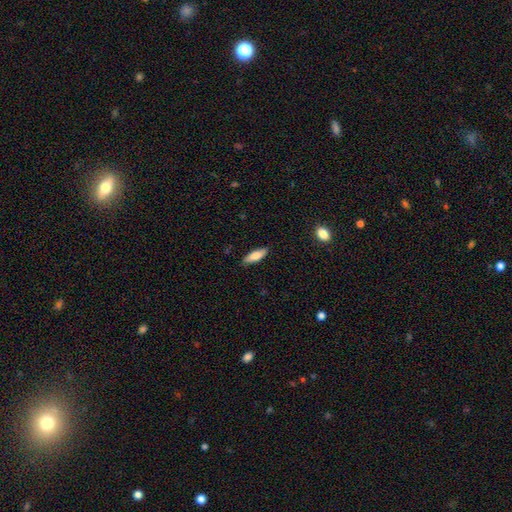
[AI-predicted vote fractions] This is likely a smooth galaxy (78%). How rounded: possibly in between (55%). Merging: clearly none (85%).